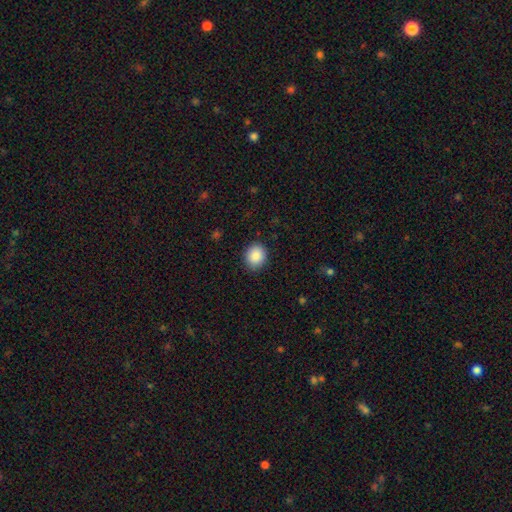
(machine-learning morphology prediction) A smooth galaxy with no disk features (88%) that is round (73%).

Vote fractions:
- Smooth or featured? smooth: 88% / star or artifact: 8% / featured or disk: 4%
- How rounded? round: 73% / in between: 26% / cigar-shaped: 1%
- Merging? none: 88% / minor disturbance: 9% / major disturbance: 2% / merger: 1%